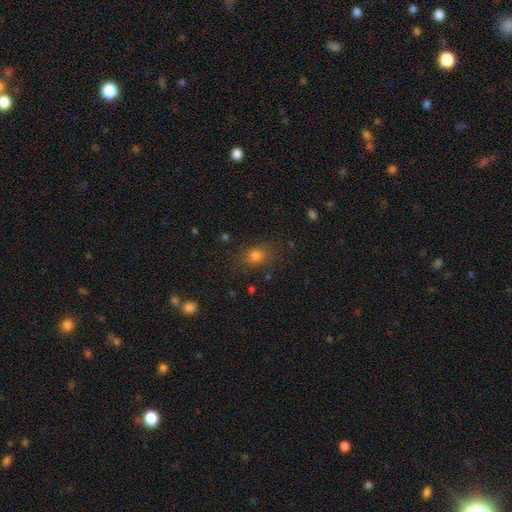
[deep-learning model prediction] Smooth or featured? smooth (76%)
How rounded? round (52%)
Merging? none (80%)